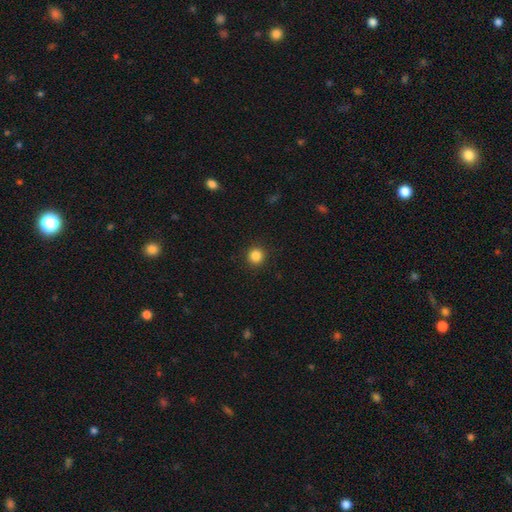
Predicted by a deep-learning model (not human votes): smooth-or-featured: smooth: 85% | star or artifact: 11% | featured or disk: 4%
  how-rounded: round: 93% | in between: 6% | cigar-shaped: 1%
  merging: none: 92% | minor disturbance: 5% | major disturbance: 2% | merger: 1%